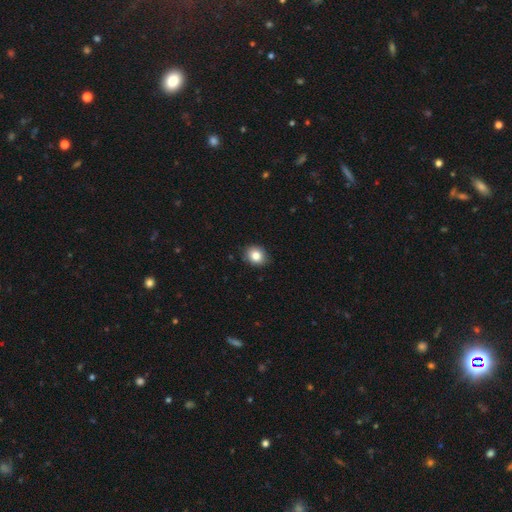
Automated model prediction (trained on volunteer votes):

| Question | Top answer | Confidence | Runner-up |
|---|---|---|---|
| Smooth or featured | smooth | 84% | star or artifact (9%) |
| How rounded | round | 57% | in between (42%) |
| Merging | none | 86% | minor disturbance (11%) |